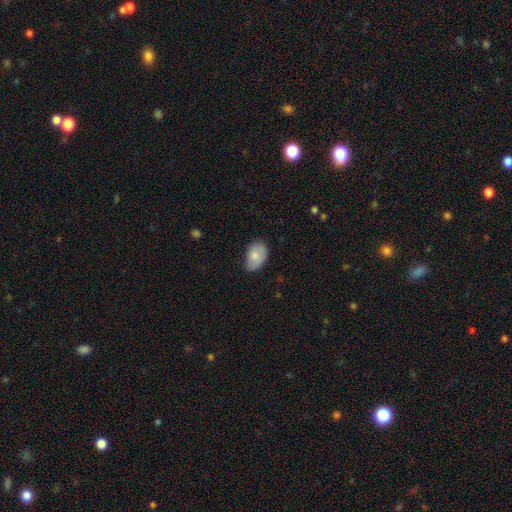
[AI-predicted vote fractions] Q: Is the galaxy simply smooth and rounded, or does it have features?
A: smooth — 79%.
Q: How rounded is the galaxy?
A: in between — 88%.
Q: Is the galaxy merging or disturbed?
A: none — 61%.